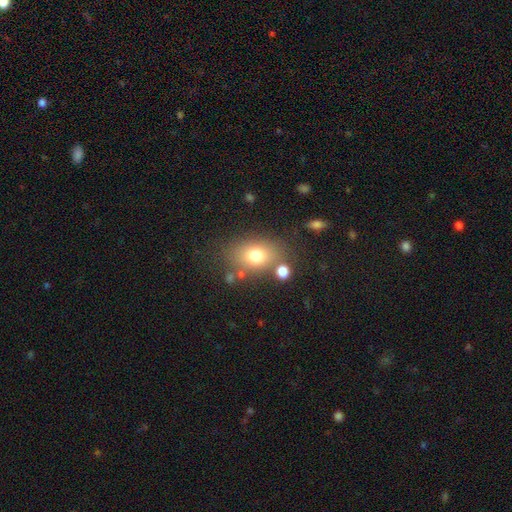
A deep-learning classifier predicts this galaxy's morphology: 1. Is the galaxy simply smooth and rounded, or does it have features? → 74% smooth, 14% featured or disk, 12% star or artifact.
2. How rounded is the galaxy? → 67% in between, 32% round, 1% cigar-shaped.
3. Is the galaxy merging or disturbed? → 72% none, 14% minor disturbance, 9% merger, 6% major disturbance.